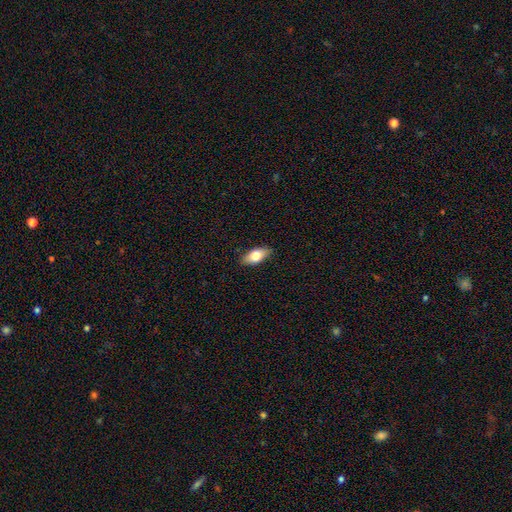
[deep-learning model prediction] smooth_or_featured: smooth (p=0.75) [alt: featured or disk p=0.19]
how_rounded: in between (p=0.86) [alt: cigar-shaped p=0.10]
merging: none (p=0.87) [alt: minor disturbance p=0.10]